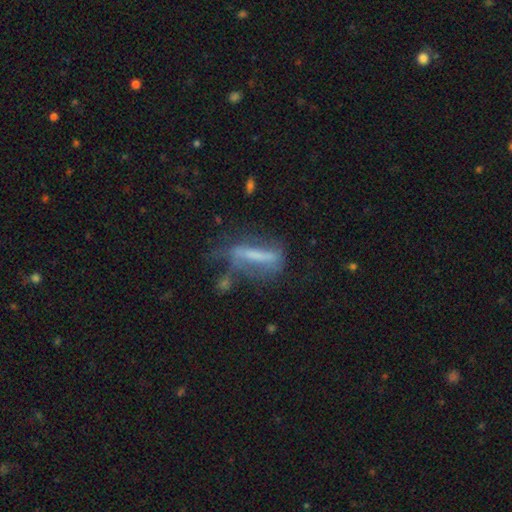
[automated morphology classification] smooth-or-featured: featured or disk: 50% | smooth: 38% | star or artifact: 12%
  disk-edge-on: no: 64% | yes: 36%
  merging: none: 38% | major disturbance: 27% | minor disturbance: 24% | merger: 11%